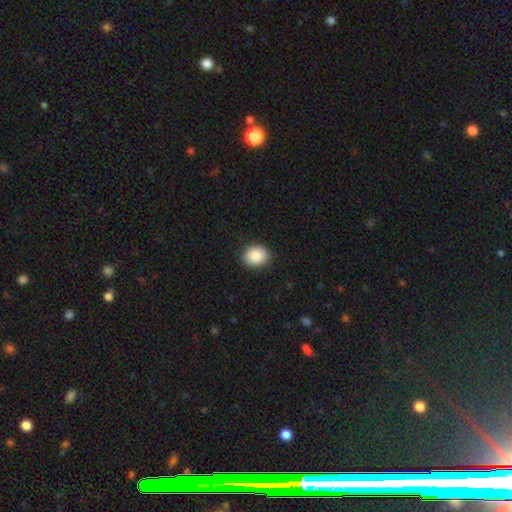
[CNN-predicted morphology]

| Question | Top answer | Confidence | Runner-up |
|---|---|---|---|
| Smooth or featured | smooth | 87% | star or artifact (8%) |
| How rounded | round | 59% | in between (40%) |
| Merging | none | 91% | minor disturbance (7%) |